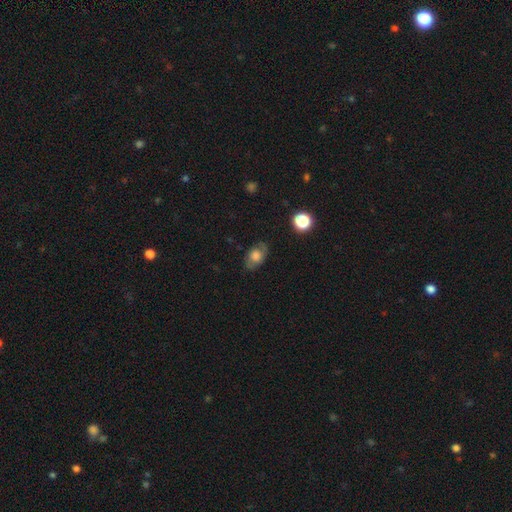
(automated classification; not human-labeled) smooth 47%, featured or disk 43%, star or artifact 10%. Down the decision tree: merging — none (74%).